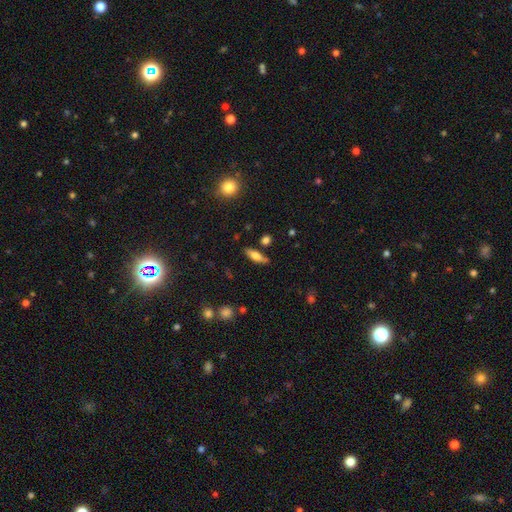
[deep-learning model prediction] Overall: smooth (64%; featured or disk 29%). How rounded: in between (58%; cigar-shaped 39%). Merging: none (80%).